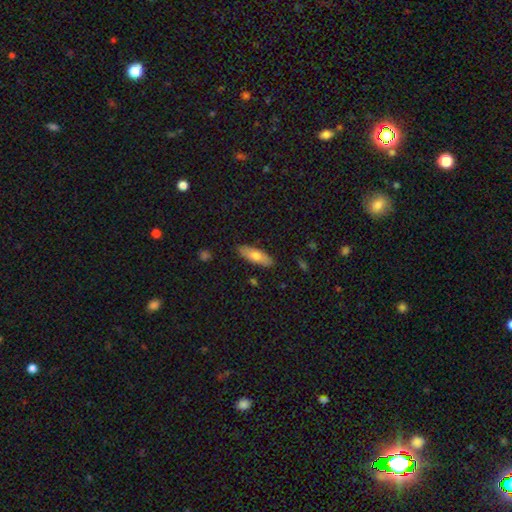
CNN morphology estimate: A smooth galaxy with no disk features (70%) that is in between round and cigar-shaped (62%). Merging: none (87%).